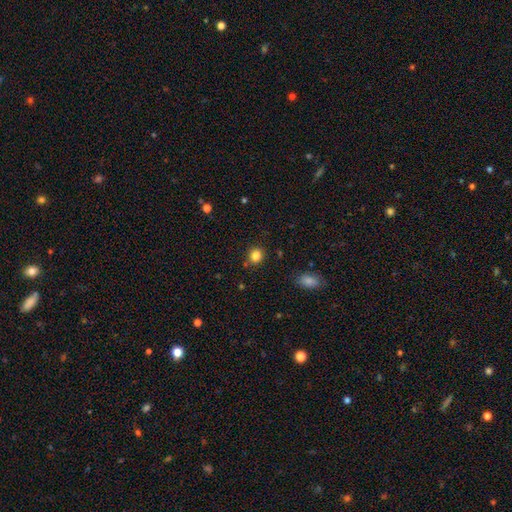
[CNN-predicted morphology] Smooth or featured?
  - smooth: 83% *
  - star or artifact: 12%
  - featured or disk: 5%
How rounded?
  - round: 80% *
  - in between: 19%
  - cigar-shaped: 1%
Merging?
  - none: 86% *
  - minor disturbance: 8%
  - merger: 3%
  - major disturbance: 2%